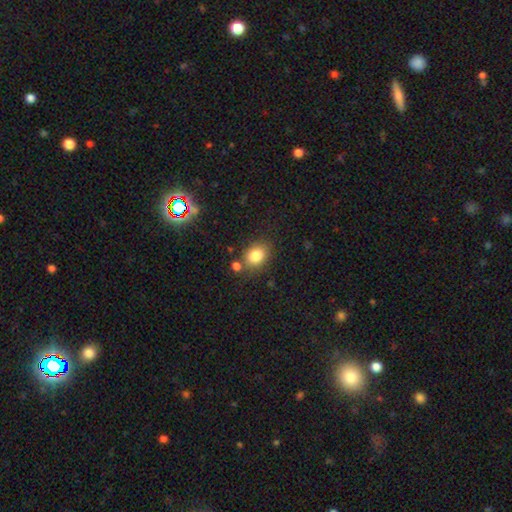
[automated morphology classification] The model was most divided on "how rounded": in between: 57%, round: 41%, cigar-shaped: 1%. More confident: smooth or featured — smooth (82%); merging — none (71%).